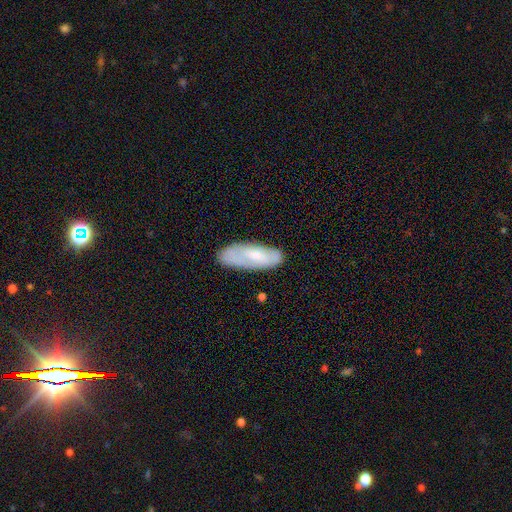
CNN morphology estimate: A smooth galaxy with no disk features (59%) that is in between round and cigar-shaped (70%). Merging: none (69%).